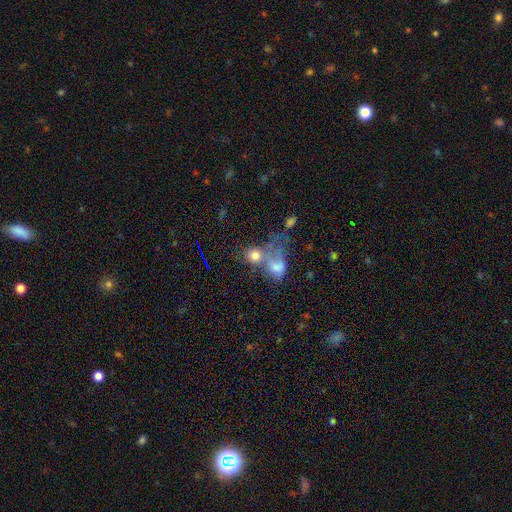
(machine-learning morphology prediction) A smooth galaxy with no disk features (73%) that is round (66%). Merging: merger (57%).